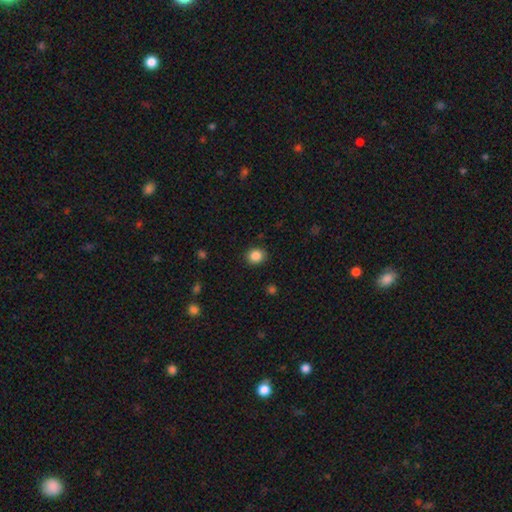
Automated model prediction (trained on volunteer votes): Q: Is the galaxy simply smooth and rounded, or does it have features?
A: smooth — 86%.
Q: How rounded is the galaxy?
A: round — 82%.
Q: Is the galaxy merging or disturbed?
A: none — 91%.